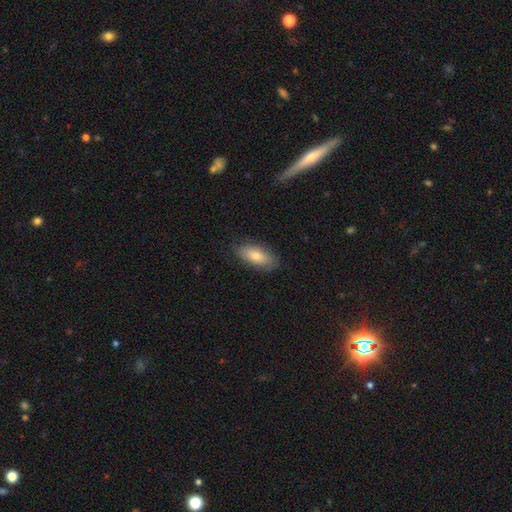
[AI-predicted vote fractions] Overall: smooth (74%). How rounded: in between (85%). Merging: none (82%).